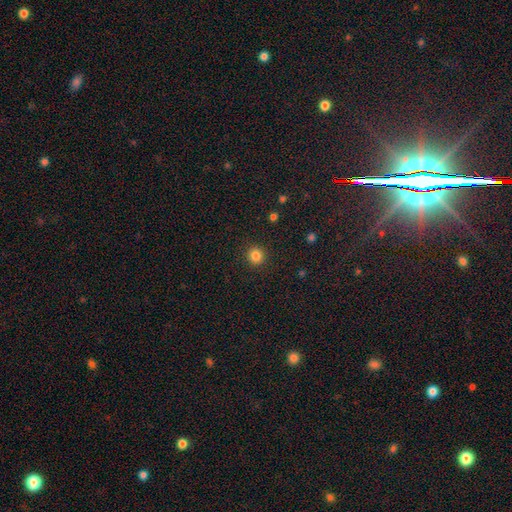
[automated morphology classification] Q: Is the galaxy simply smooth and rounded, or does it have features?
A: smooth — 84%.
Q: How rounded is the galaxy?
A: round — 92%.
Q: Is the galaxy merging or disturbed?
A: none — 92%.